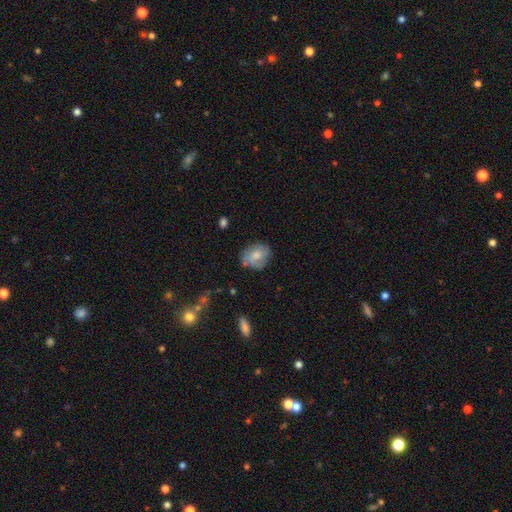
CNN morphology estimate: smooth 60%, featured or disk 32%, star or artifact 7%. Down the decision tree: how rounded — round (55%); merging — none (67%).